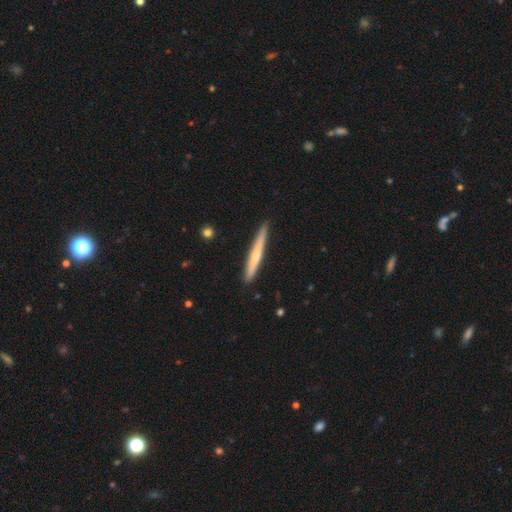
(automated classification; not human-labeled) Smooth or featured? featured or disk (49%)
Merging? none (90%)